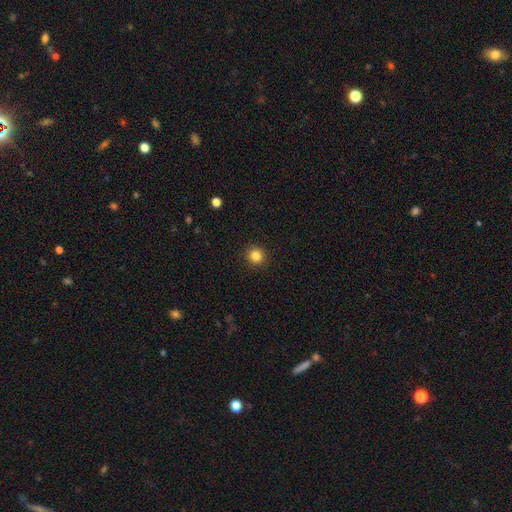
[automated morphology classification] smooth 84%, star or artifact 12%, featured or disk 5%. Down the decision tree: how rounded — round (93%); merging — none (93%).